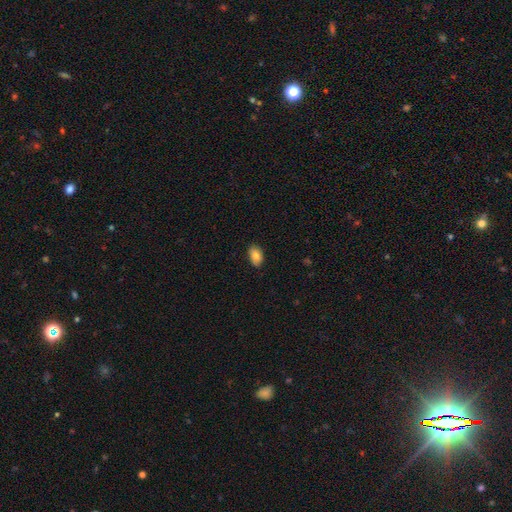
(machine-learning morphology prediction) Overall: smooth (82%). How rounded: in between (91%). Merging: none (85%).